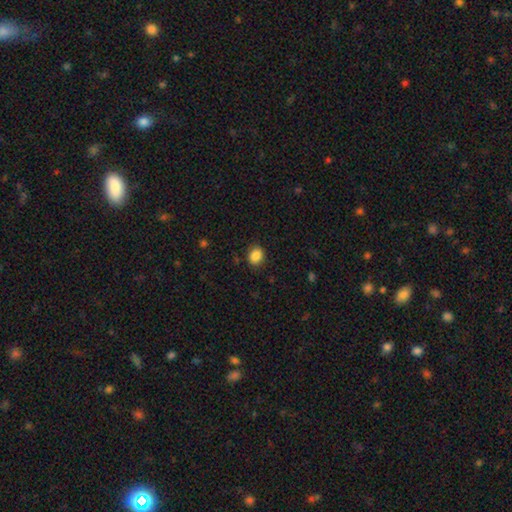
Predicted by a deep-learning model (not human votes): Morphology: type=smooth (87%); roundness=round (57%); merging=none (87%).